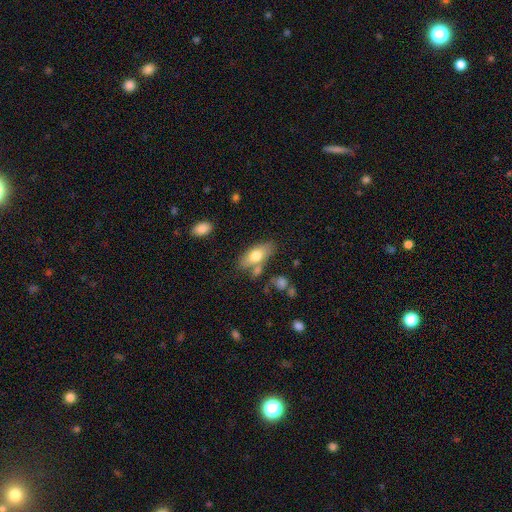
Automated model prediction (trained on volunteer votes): Smooth or featured: smooth — 72% (featured or disk — 21%)
How rounded: in between — 84% (cigar-shaped — 13%)
Merging: none — 67% (minor disturbance — 16%)